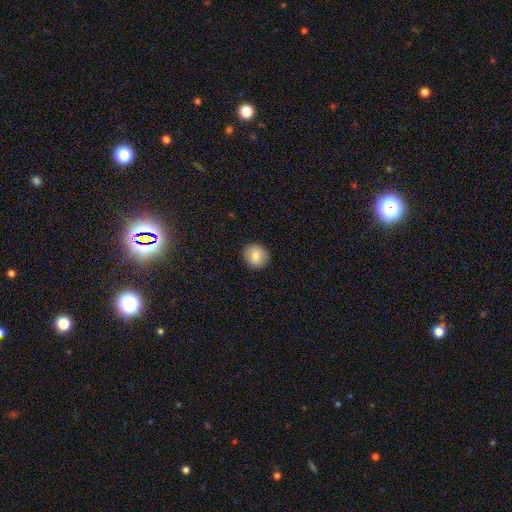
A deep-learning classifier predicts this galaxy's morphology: smooth_or_featured: smooth (p=0.85) [alt: star or artifact p=0.08]
how_rounded: round (p=0.87) [alt: in between p=0.12]
merging: none (p=0.90) [alt: minor disturbance p=0.07]